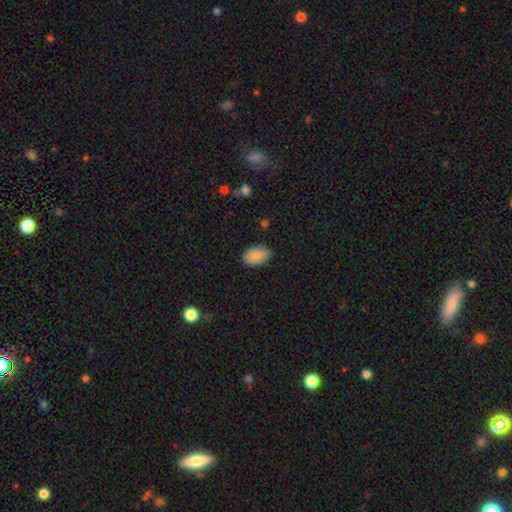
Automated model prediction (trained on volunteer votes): smooth-or-featured: smooth: 87% | star or artifact: 7% | featured or disk: 6%
  how-rounded: in between: 91% | round: 8% | cigar-shaped: 1%
  merging: none: 79% | minor disturbance: 17% | major disturbance: 3% | merger: 1%